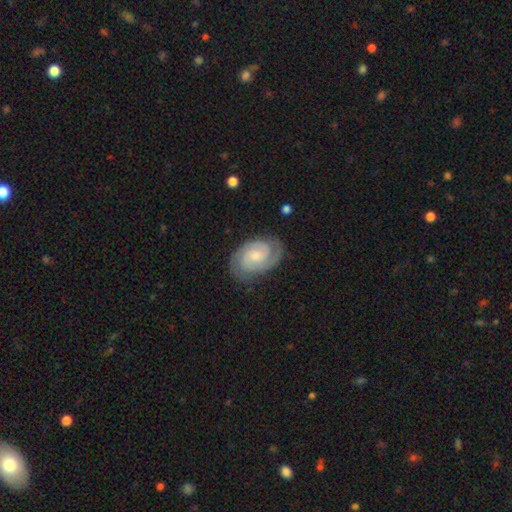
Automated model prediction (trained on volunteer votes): Smooth or featured? Predicted: featured or disk (p=0.85). Edge-on disk? Predicted: no (p=0.97). Bar? Predicted: no (p=0.57). Spiral arms? Predicted: yes (p=0.97). Spiral winding? Predicted: tight (p=0.66). Spiral arm count? Predicted: 2 (p=0.84). Bulge size? Predicted: small (p=0.51). Merging? Predicted: none (p=0.80).